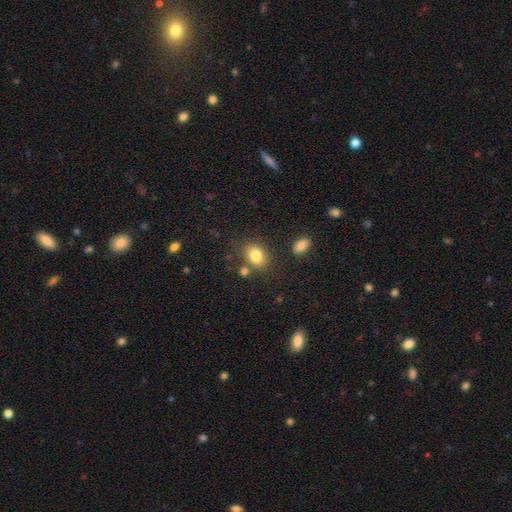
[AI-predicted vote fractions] Smooth or featured? Predicted: smooth (p=0.81). How rounded? Predicted: in between (p=0.67). Merging? Predicted: none (p=0.73).